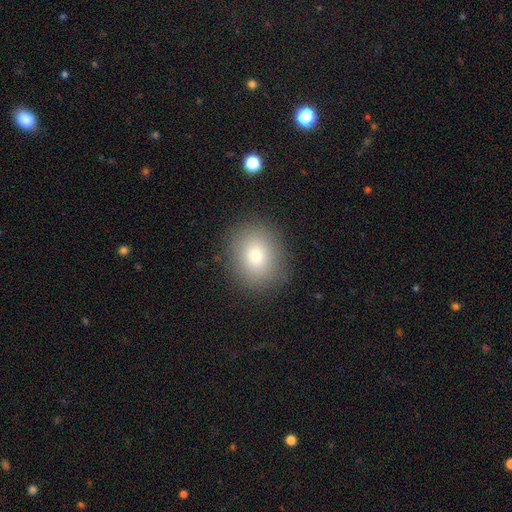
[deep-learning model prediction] The model was most divided on "how rounded": round: 64%, in between: 35%, cigar-shaped: 1%. More confident: merging — none (88%); smooth or featured — smooth (79%).